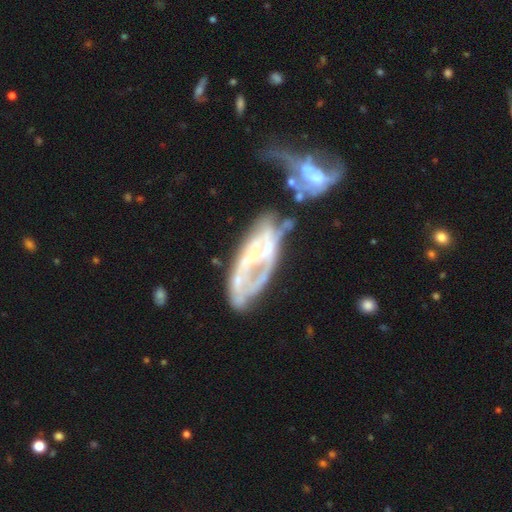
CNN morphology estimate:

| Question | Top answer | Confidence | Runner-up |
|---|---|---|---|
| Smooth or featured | featured or disk | 72% | smooth (19%) |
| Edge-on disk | no | 90% | yes (10%) |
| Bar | no | 71% | weak (20%) |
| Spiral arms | no | 58% | yes (42%) |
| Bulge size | none | 45% | small (31%) |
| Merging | merger | 41% | major disturbance (24%) |